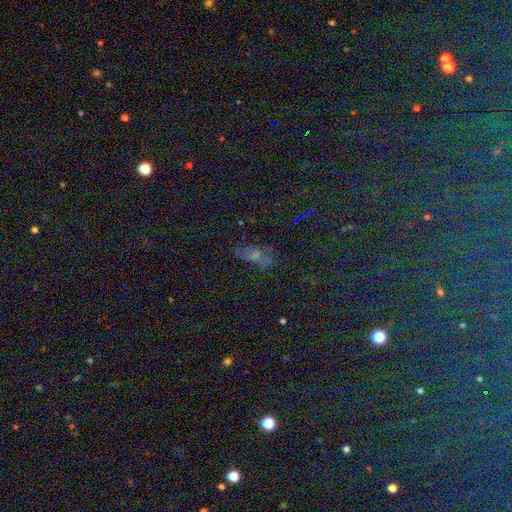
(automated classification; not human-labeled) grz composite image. It shows a smooth galaxy with no disk features (42%). Merging: none (55%).